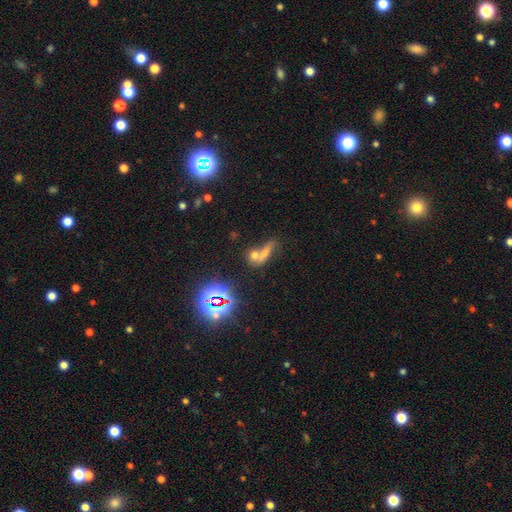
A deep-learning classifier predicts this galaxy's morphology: A smooth galaxy with no disk features (53%) that is in between round and cigar-shaped (44%).

Vote fractions:
- Smooth or featured? smooth: 53% / star or artifact: 27% / featured or disk: 20%
- How rounded? in between: 44% / round: 32% / cigar-shaped: 23%
- Merging? merger: 55% / none: 28% / minor disturbance: 8% / major disturbance: 8%